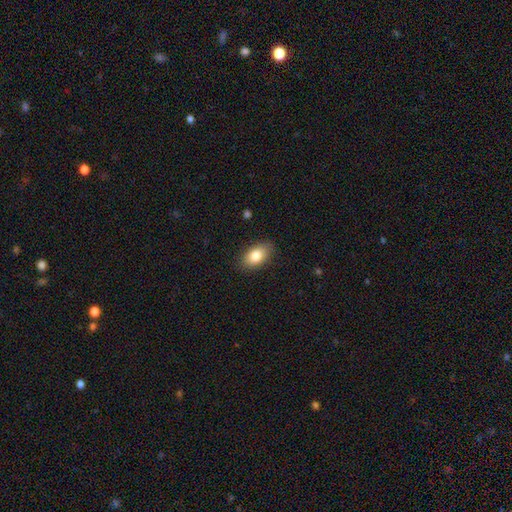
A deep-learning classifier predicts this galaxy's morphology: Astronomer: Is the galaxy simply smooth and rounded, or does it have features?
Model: smooth — 81%.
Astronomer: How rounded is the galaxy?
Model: in between — 91%.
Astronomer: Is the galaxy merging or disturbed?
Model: none — 86%.